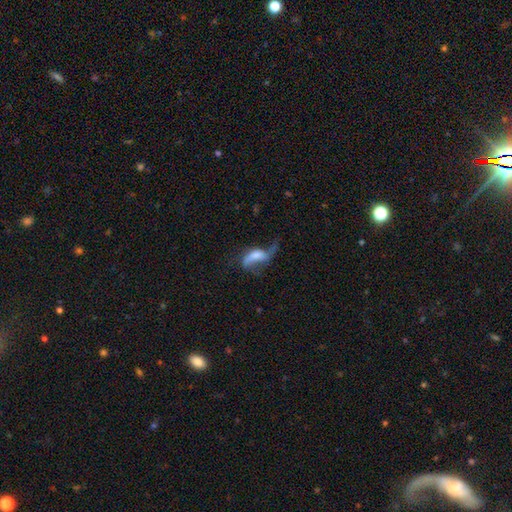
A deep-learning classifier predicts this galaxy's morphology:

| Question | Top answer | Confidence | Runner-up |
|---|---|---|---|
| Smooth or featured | featured or disk | 58% | smooth (33%) |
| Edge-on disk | no | 89% | yes (11%) |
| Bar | no | 50% | weak (33%) |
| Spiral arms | yes | 77% | no (23%) |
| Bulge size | moderate | 30% | small (27%) |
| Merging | major disturbance | 42% | none (31%) |